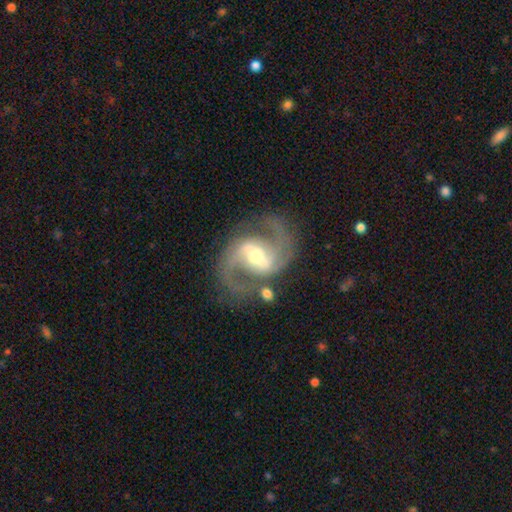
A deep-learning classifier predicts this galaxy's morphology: Overall: featured or disk (91%). Edge-on disk: no (97%). Bar: strong (48%; weak 40%). Spiral arms: yes (97%). Spiral arm count: 2 (92%). Spiral winding: medium (61%; loose 26%). Bulge size: moderate (58%; small 33%). Merging: none (75%).